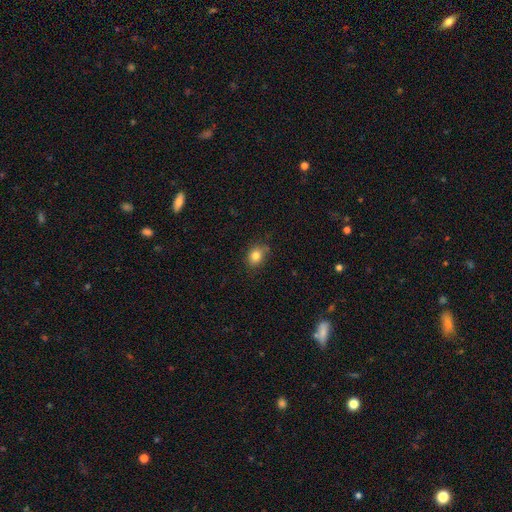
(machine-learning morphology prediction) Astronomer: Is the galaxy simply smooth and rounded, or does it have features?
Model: smooth — 82%.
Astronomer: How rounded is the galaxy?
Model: in between — 53% (runner-up: round, 46%).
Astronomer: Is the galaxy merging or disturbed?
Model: none — 75%.